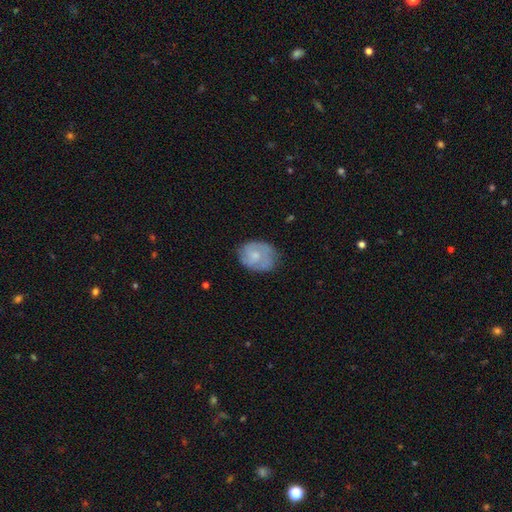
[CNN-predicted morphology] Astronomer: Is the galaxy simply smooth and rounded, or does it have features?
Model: featured or disk — 49% (runner-up: smooth, 44%).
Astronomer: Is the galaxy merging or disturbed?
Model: none — 63%.